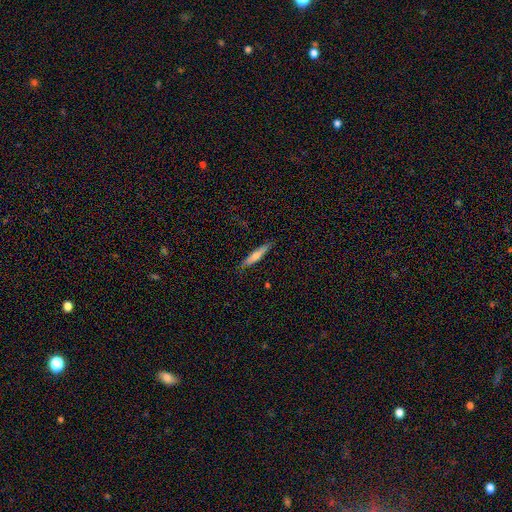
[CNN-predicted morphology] Q: Smooth or featured?
A: smooth (49%); runner-up: featured or disk (45%)
Q: Merging?
A: none (87%); runner-up: minor disturbance (10%)